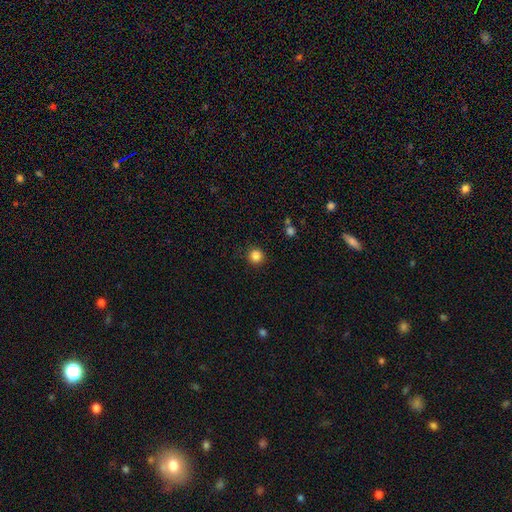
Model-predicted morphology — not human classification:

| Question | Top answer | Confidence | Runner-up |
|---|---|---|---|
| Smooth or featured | smooth | 85% | star or artifact (12%) |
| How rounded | round | 94% | in between (5%) |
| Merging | none | 91% | minor disturbance (6%) |